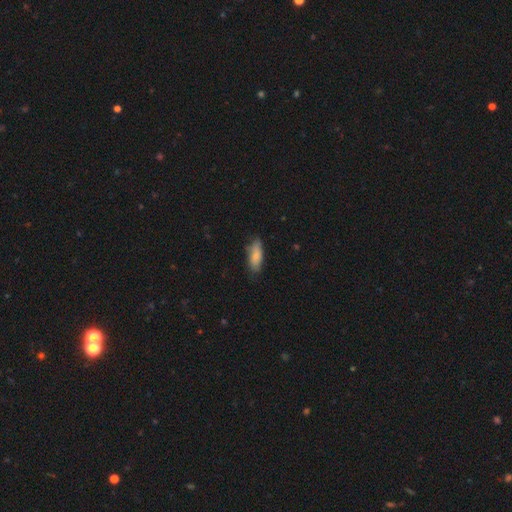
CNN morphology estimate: This is clearly a smooth galaxy (80%). How rounded: likely in between (73%). Merging: likely none (71%).